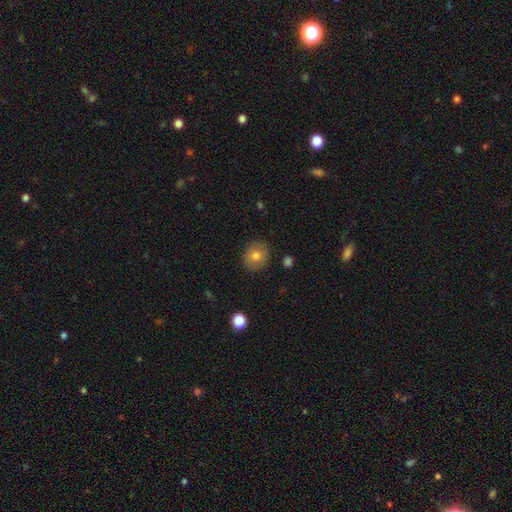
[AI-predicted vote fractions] A smooth galaxy with no disk features (75%) that is round (78%). Merging: none (87%).